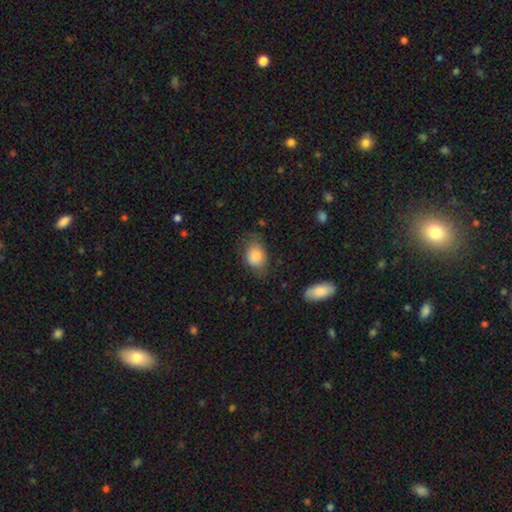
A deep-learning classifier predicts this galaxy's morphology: Smooth or featured: smooth — 82% (featured or disk — 10%)
How rounded: in between — 67% (round — 32%)
Merging: none — 61% (minor disturbance — 27%)